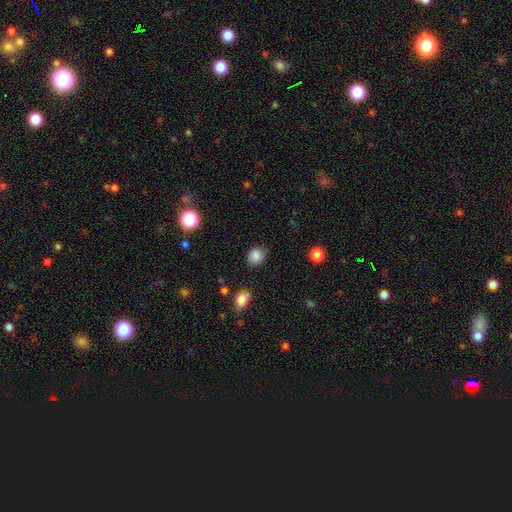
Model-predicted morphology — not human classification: smooth_or_featured: smooth (p=0.85) [alt: star or artifact p=0.10]
how_rounded: round (p=0.73) [alt: in between p=0.26]
merging: none (p=0.78) [alt: minor disturbance p=0.16]